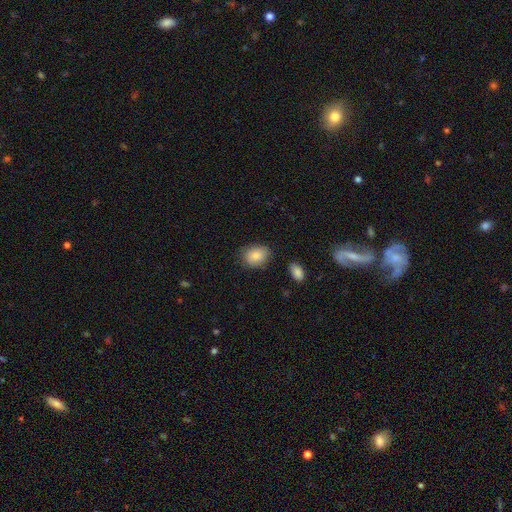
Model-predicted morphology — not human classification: A smooth galaxy with no disk features (85%) that is in between round and cigar-shaped (65%).

Vote fractions:
- Smooth or featured? smooth: 85% / featured or disk: 7% / star or artifact: 7%
- How rounded? in between: 65% / round: 34% / cigar-shaped: 1%
- Merging? none: 76% / minor disturbance: 17% / major disturbance: 4% / merger: 3%